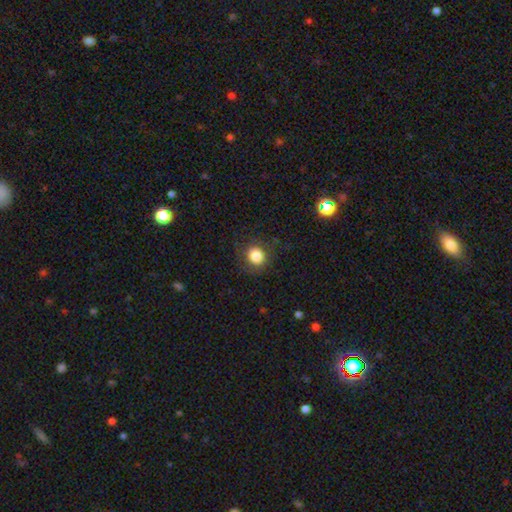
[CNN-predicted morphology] Smooth or featured? smooth (83%)
How rounded? round (83%)
Merging? none (82%)